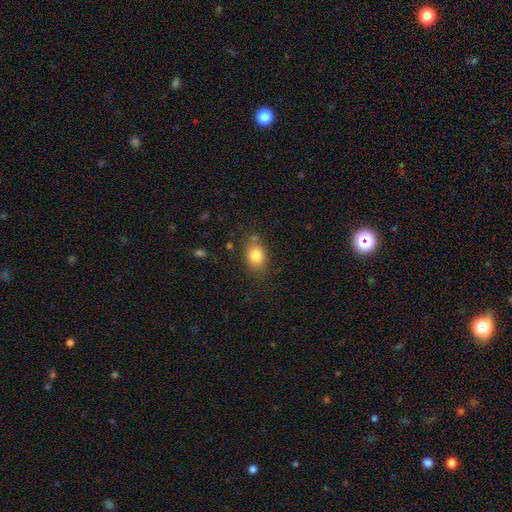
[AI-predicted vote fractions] smooth_or_featured: smooth (p=0.81) [alt: featured or disk p=0.10]
how_rounded: in between (p=0.68) [alt: round p=0.31]
merging: none (p=0.75) [alt: minor disturbance p=0.16]